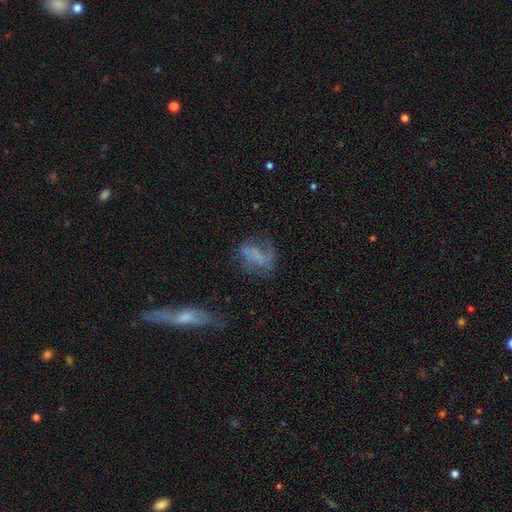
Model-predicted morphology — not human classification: A featured or disk galaxy (47%).

Vote fractions:
- Smooth or featured? featured or disk: 47% / smooth: 39% / star or artifact: 14%
- Merging? none: 44% / major disturbance: 28% / minor disturbance: 24% / merger: 5%